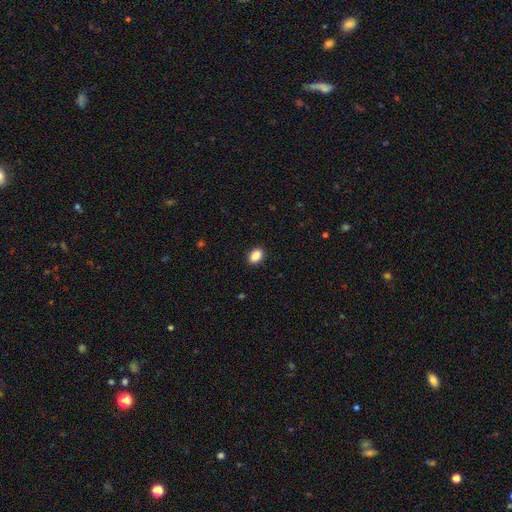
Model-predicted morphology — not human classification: A smooth galaxy with no disk features (89%) that is in between round and cigar-shaped (83%).

Vote fractions:
- Smooth or featured? smooth: 89% / star or artifact: 8% / featured or disk: 3%
- How rounded? in between: 83% / round: 16% / cigar-shaped: 1%
- Merging? none: 90% / minor disturbance: 7% / major disturbance: 2% / merger: 1%